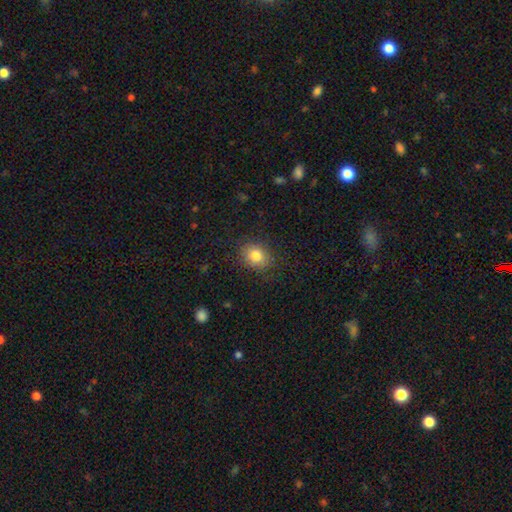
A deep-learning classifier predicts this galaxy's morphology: Smooth or featured? Predicted: smooth (p=0.80). How rounded? Predicted: round (p=0.51). Merging? Predicted: none (p=0.83).